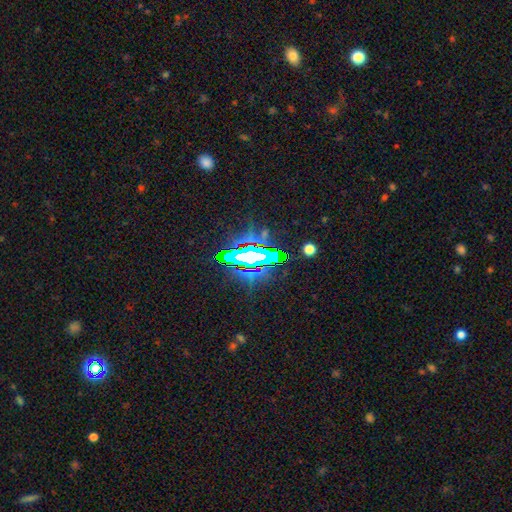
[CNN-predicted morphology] A star or artifact, not a galaxy (72%).